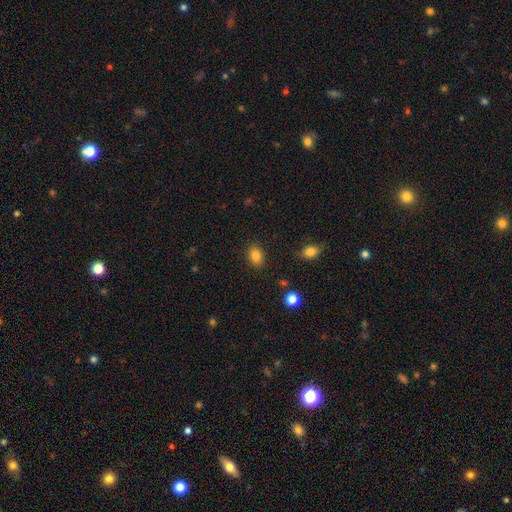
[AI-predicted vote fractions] This appears to be a smooth galaxy with no disk features (84%) that is in between round and cigar-shaped (75%). Merging: none (87%).